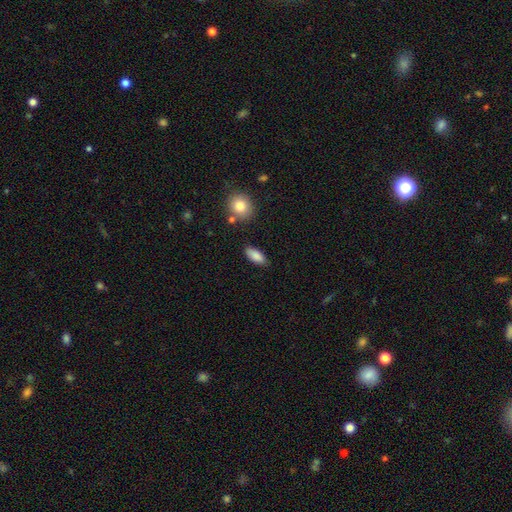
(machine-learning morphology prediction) This is clearly a smooth galaxy (87%). How rounded: clearly in between (86%). Merging: clearly none (82%).